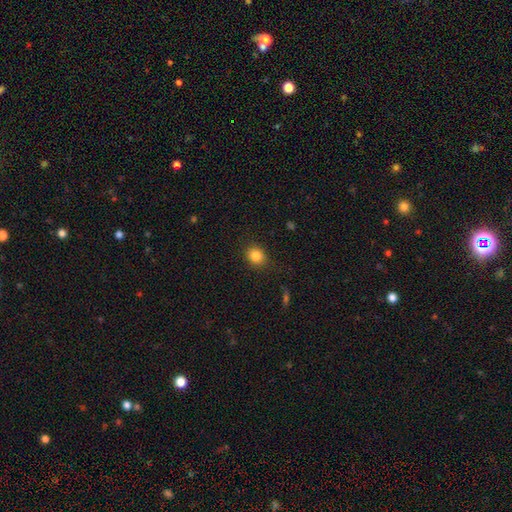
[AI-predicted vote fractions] The model was most divided on "how rounded": round: 71%, in between: 28%, cigar-shaped: 1%. More confident: merging — none (86%); smooth or featured — smooth (84%).